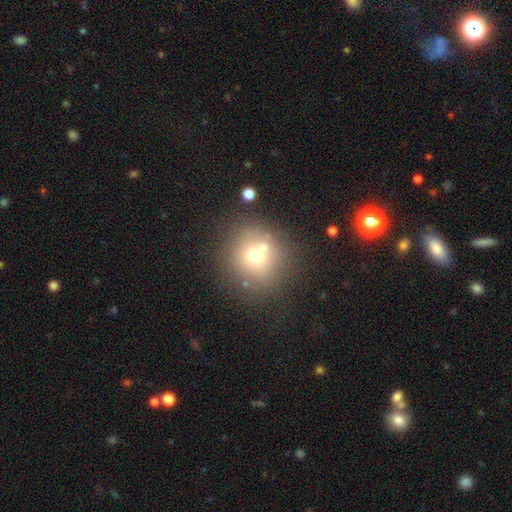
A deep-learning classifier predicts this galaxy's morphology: Smooth or featured?
  - smooth: 65% *
  - featured or disk: 19%
  - star or artifact: 16%
How rounded?
  - round: 91% *
  - in between: 8%
  - cigar-shaped: 1%
Merging?
  - none: 67% *
  - merger: 17%
  - minor disturbance: 10%
  - major disturbance: 5%